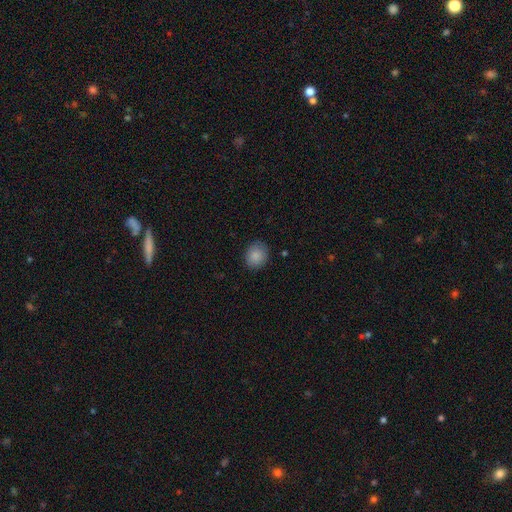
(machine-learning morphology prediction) The model was most divided on "how rounded": round: 65%, in between: 34%, cigar-shaped: 1%. More confident: smooth or featured — smooth (87%); merging — none (86%).